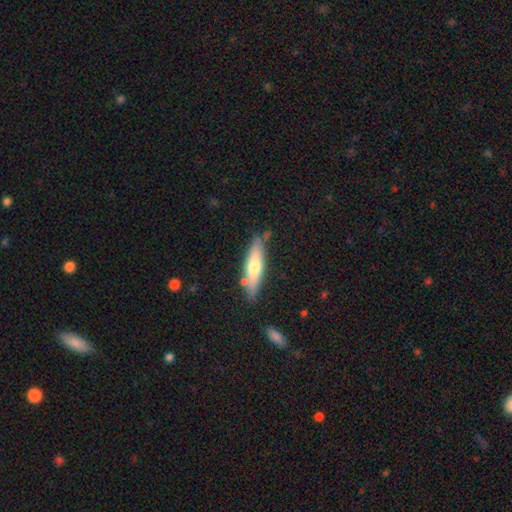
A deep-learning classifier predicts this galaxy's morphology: Smooth or featured: smooth — 55% (featured or disk — 39%)
How rounded: cigar-shaped — 68% (in between — 30%)
Merging: none — 75% (minor disturbance — 16%)